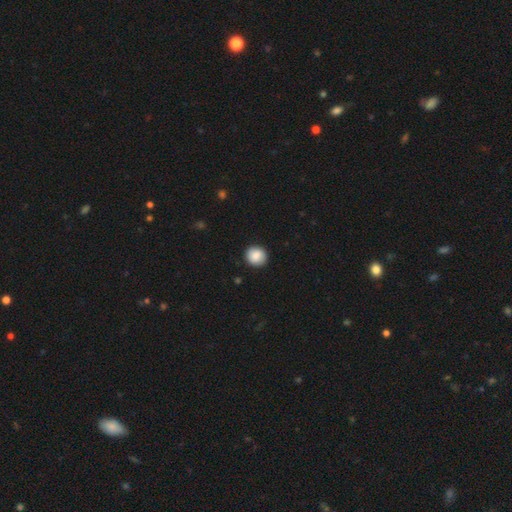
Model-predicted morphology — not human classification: Overall: smooth (86%). How rounded: round (90%). Merging: none (91%).